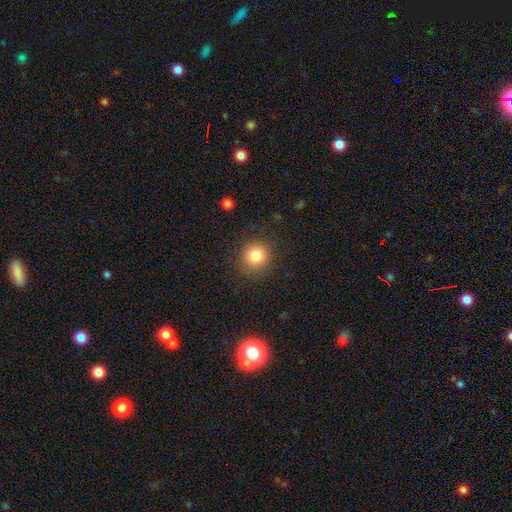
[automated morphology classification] Smooth or featured?
  - smooth: 83% *
  - star or artifact: 11%
  - featured or disk: 6%
How rounded?
  - round: 91% *
  - in between: 8%
  - cigar-shaped: 1%
Merging?
  - none: 88% *
  - minor disturbance: 8%
  - major disturbance: 3%
  - merger: 1%